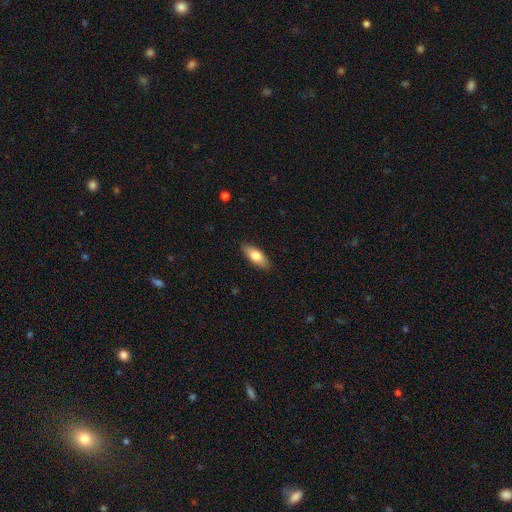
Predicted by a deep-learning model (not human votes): Smooth or featured? smooth (77%)
How rounded? in between (78%)
Merging? none (88%)